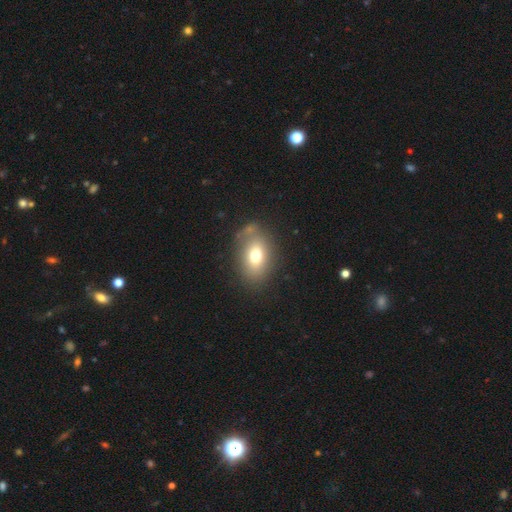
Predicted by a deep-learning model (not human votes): This appears to be a smooth galaxy with no disk features (71%) that is in between round and cigar-shaped (79%). Merging: none (72%).